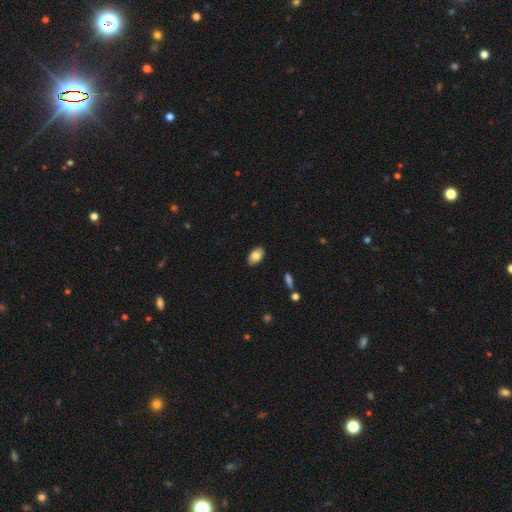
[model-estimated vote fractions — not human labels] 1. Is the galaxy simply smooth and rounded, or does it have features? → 83% smooth, 10% featured or disk, 7% star or artifact.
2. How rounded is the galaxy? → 93% in between, 5% round, 2% cigar-shaped.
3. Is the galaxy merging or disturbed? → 88% none, 9% minor disturbance, 2% major disturbance, 1% merger.